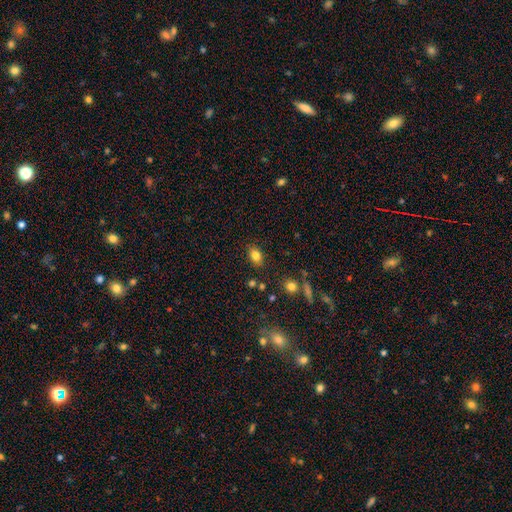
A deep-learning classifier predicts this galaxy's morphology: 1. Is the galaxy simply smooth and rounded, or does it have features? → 81% smooth, 11% star or artifact, 8% featured or disk.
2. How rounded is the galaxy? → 79% in between, 19% round, 2% cigar-shaped.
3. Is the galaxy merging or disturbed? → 84% none, 11% minor disturbance, 3% major disturbance, 3% merger.